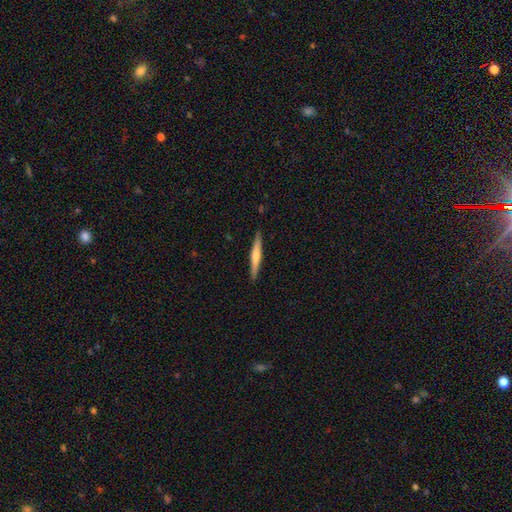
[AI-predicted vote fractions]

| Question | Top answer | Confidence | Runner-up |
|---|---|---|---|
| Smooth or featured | featured or disk | 54% | smooth (40%) |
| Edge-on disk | yes | 97% | no (3%) |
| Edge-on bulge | rounded | 71% | none (20%) |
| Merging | none | 91% | minor disturbance (7%) |